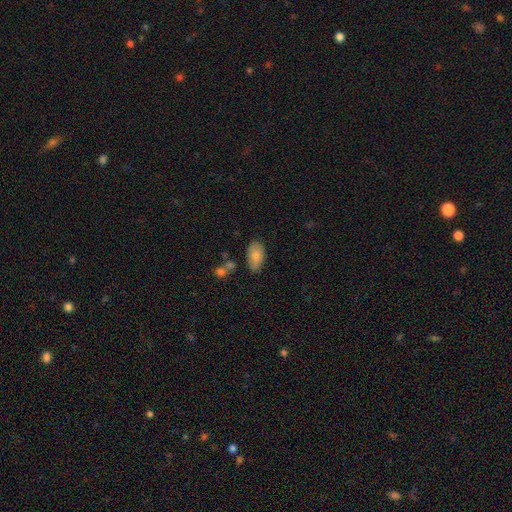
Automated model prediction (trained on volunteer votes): Smooth or featured? Predicted: smooth (p=0.82). How rounded? Predicted: in between (p=0.94). Merging? Predicted: none (p=0.71).